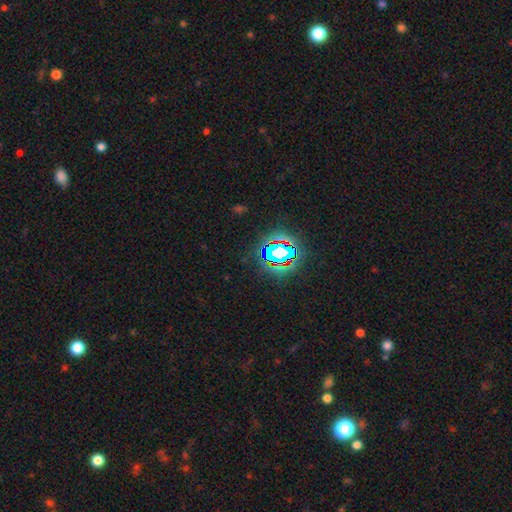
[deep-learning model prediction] Morphology: type=star or artifact (78%).